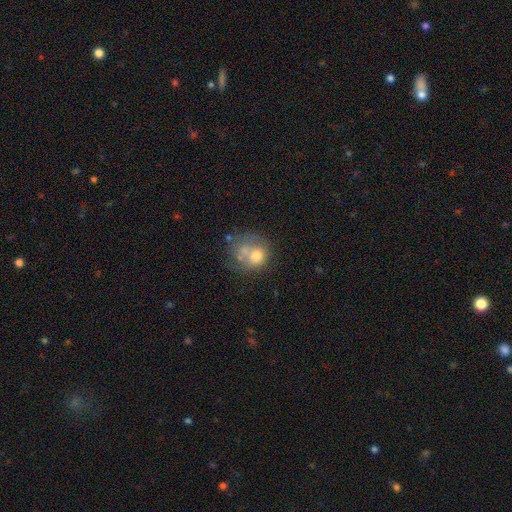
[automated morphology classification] A smooth galaxy with no disk features (61%) that is round (70%). Merging: merger (36%).